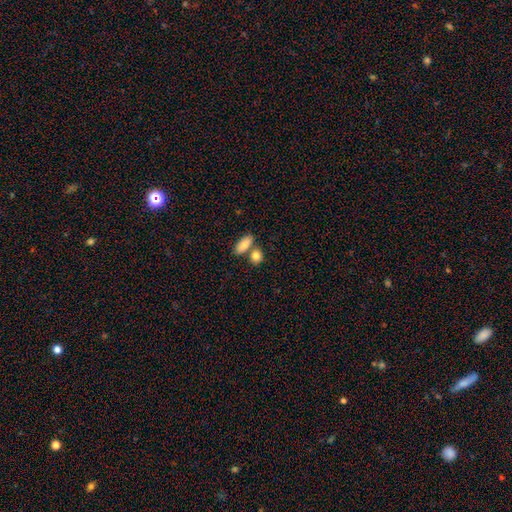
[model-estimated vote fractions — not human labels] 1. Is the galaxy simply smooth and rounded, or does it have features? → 84% smooth, 8% featured or disk, 8% star or artifact.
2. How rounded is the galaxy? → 58% in between, 37% round, 5% cigar-shaped.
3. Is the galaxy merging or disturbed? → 55% none, 32% merger, 10% minor disturbance, 3% major disturbance.